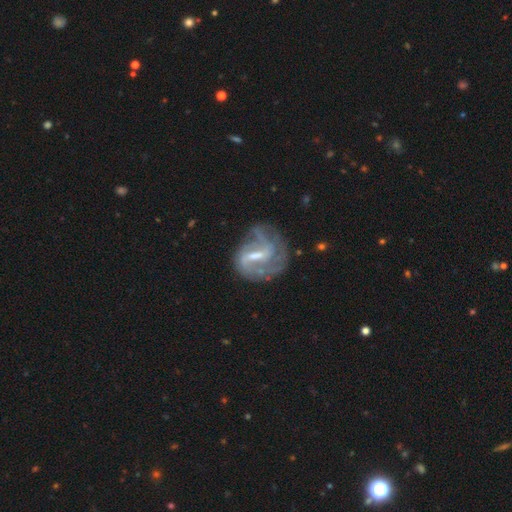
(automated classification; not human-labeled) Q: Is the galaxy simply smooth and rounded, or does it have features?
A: featured or disk — 83%.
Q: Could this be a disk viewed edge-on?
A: no — 97%.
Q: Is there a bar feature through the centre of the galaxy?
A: weak — 48%.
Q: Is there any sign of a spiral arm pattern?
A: yes — 89%.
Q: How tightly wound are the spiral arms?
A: medium — 42%.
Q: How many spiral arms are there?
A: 2 — 41%.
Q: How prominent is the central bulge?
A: small — 43%.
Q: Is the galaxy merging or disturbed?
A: none — 56%.